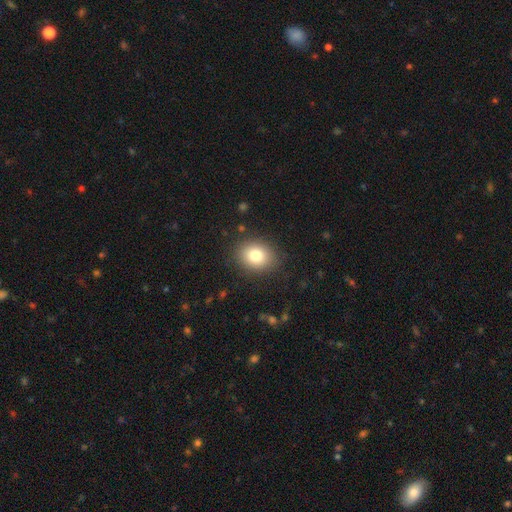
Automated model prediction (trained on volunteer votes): Smooth or featured?
  - smooth: 82% *
  - star or artifact: 10%
  - featured or disk: 9%
How rounded?
  - in between: 50% *
  - round: 49%
  - cigar-shaped: 1%
Merging?
  - none: 86% *
  - minor disturbance: 9%
  - major disturbance: 3%
  - merger: 1%